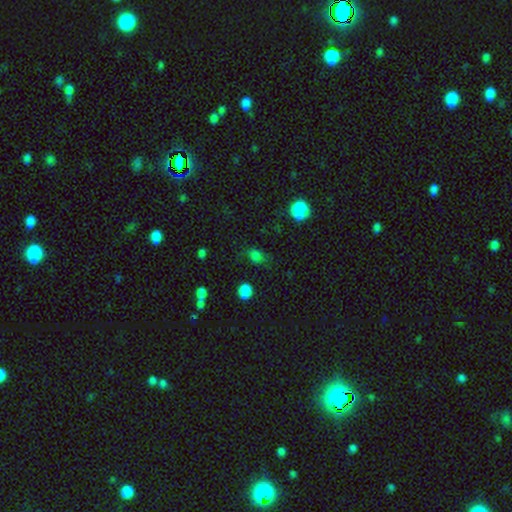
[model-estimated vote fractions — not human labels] This appears to be a smooth galaxy with no disk features (75%) that is in between round and cigar-shaped (56%). Merging: none (60%).